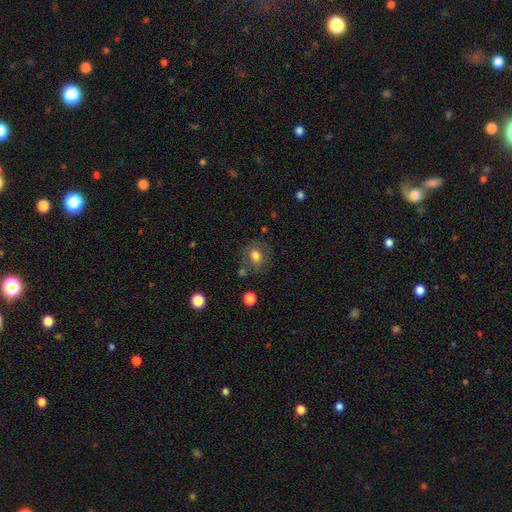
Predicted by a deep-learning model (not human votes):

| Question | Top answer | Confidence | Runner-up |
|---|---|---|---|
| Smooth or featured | smooth | 76% | featured or disk (13%) |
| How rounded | round | 63% | in between (36%) |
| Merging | none | 73% | minor disturbance (15%) |